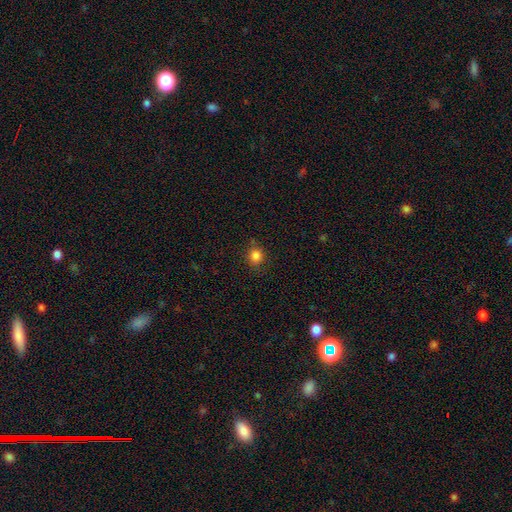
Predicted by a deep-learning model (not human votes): Smooth or featured? smooth (84%)
How rounded? round (81%)
Merging? none (83%)